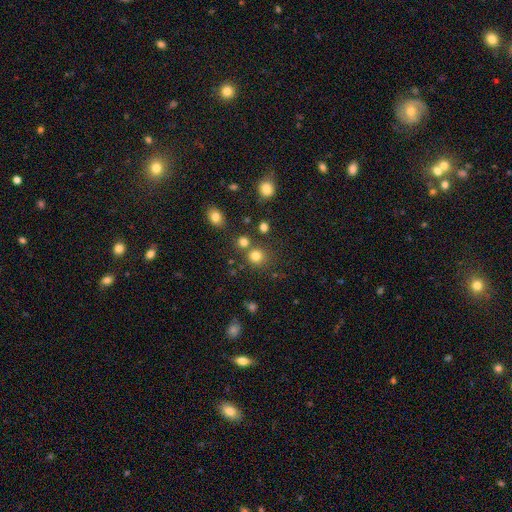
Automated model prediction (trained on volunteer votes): smooth 78%, star or artifact 16%, featured or disk 6%. Down the decision tree: how rounded — round (89%); merging — none (74%).